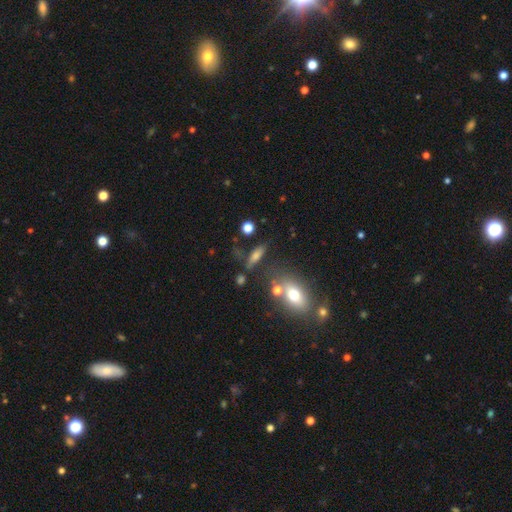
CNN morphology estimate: Q: Smooth or featured?
A: smooth (56%); runner-up: featured or disk (29%)
Q: How rounded?
A: cigar-shaped (51%); runner-up: in between (41%)
Q: Merging?
A: none (64%); runner-up: minor disturbance (17%)